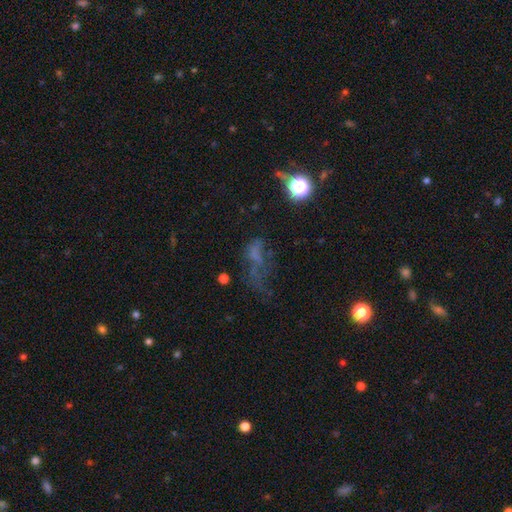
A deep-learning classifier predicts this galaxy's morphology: Smooth or featured: star or artifact — 34% (smooth — 33%)